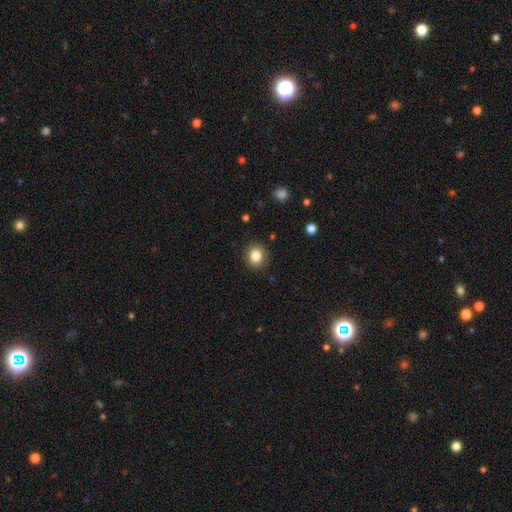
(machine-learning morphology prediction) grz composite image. It shows a smooth galaxy with no disk features (84%) that is round (72%). Merging: none (88%).